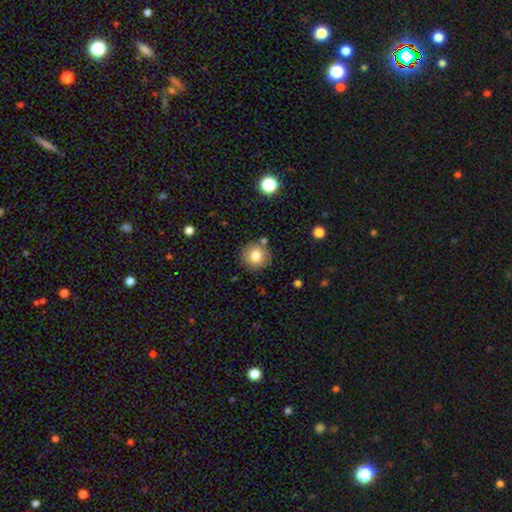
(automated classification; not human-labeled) Overall: smooth (78%). How rounded: round (92%). Merging: none (83%).